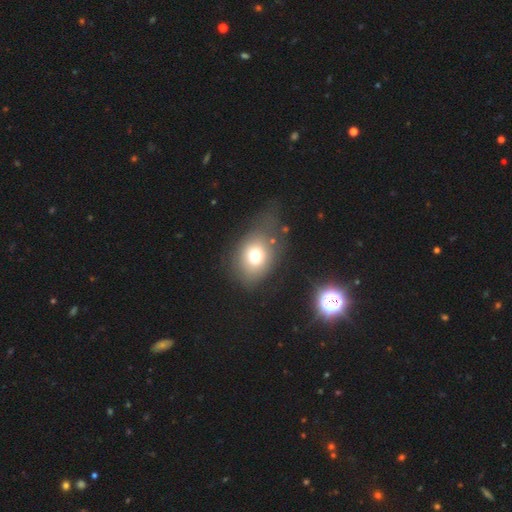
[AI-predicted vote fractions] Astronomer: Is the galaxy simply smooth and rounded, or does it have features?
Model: smooth — 72%.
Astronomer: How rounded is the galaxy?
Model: in between — 61% (runner-up: round, 38%).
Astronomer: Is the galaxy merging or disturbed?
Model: none — 50%.